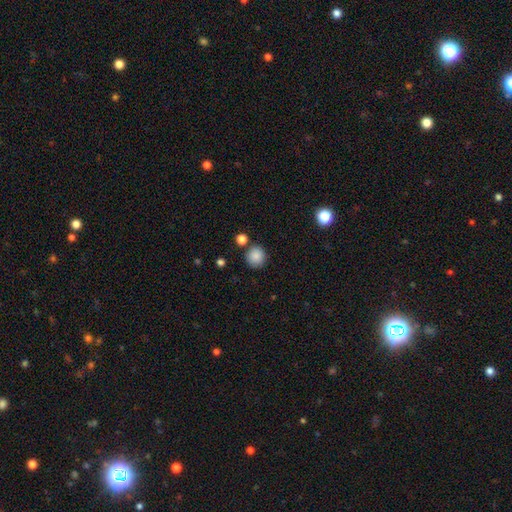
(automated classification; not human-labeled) smooth-or-featured: smooth: 86% | star or artifact: 9% | featured or disk: 4%
  how-rounded: round: 91% | in between: 8% | cigar-shaped: 1%
  merging: none: 83% | minor disturbance: 8% | merger: 7% | major disturbance: 2%